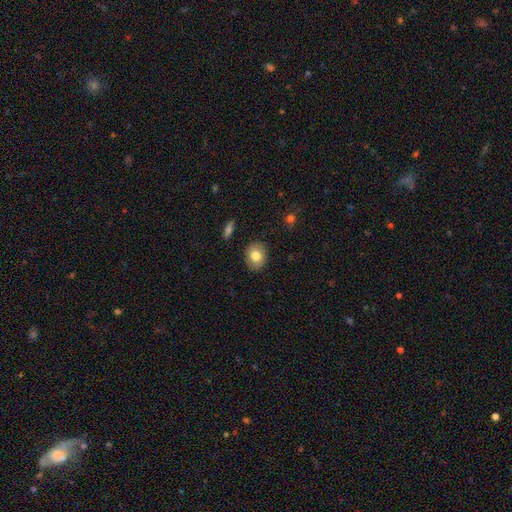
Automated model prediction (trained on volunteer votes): This appears to be a smooth galaxy with no disk features (79%) that is in between round and cigar-shaped (53%). Merging: none (87%).